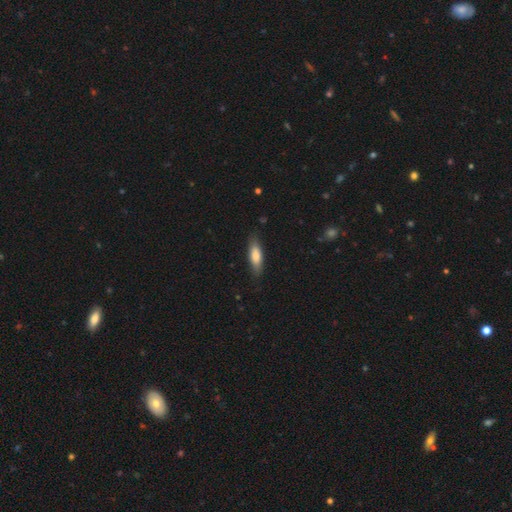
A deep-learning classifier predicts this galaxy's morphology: Smooth or featured?
  - smooth: 75% *
  - featured or disk: 19%
  - star or artifact: 6%
How rounded?
  - in between: 51% *
  - cigar-shaped: 47%
  - round: 2%
Merging?
  - none: 81% *
  - minor disturbance: 15%
  - major disturbance: 3%
  - merger: 1%